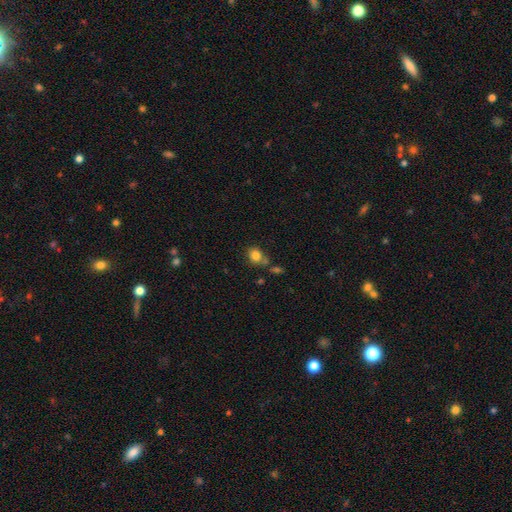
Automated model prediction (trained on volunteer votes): Smooth or featured? Predicted: smooth (p=0.82). How rounded? Predicted: round (p=0.63). Merging? Predicted: none (p=0.62).